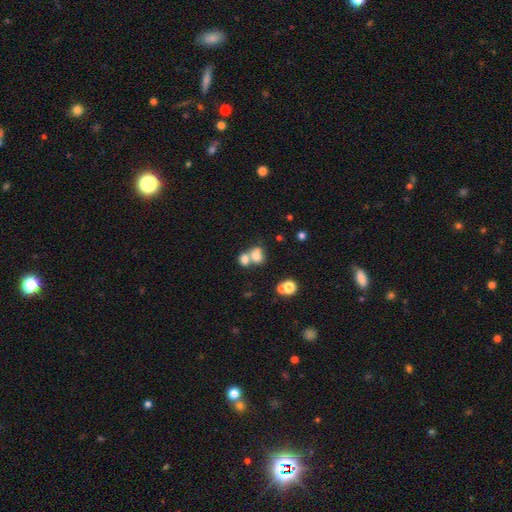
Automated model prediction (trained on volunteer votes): Smooth or featured? Predicted: smooth (p=0.71). How rounded? Predicted: in between (p=0.50). Merging? Predicted: merger (p=0.60).